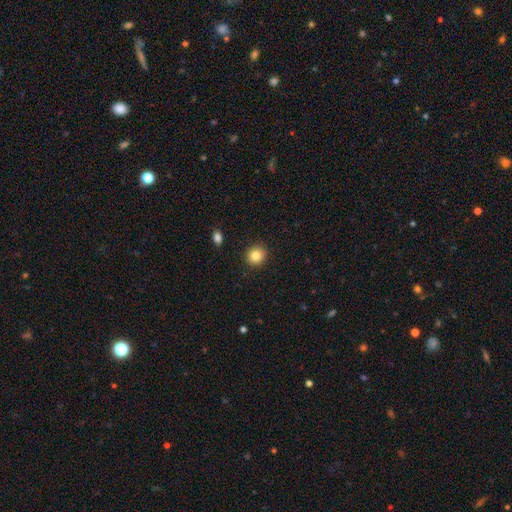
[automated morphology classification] Overall: smooth (85%). How rounded: round (86%). Merging: none (91%).